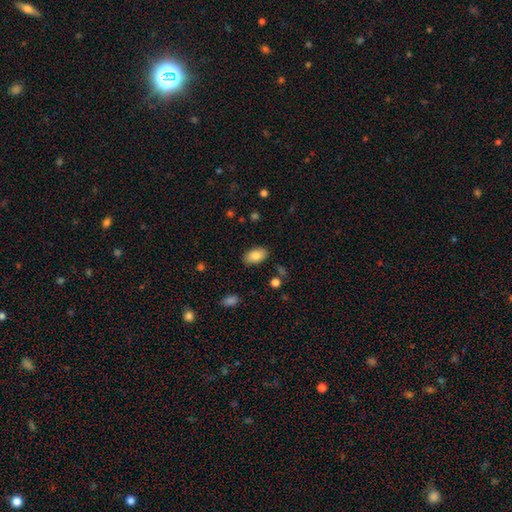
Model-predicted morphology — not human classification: Smooth or featured?
  - smooth: 84% *
  - featured or disk: 8%
  - star or artifact: 7%
How rounded?
  - in between: 93% *
  - round: 5%
  - cigar-shaped: 2%
Merging?
  - none: 85% *
  - minor disturbance: 11%
  - major disturbance: 3%
  - merger: 2%